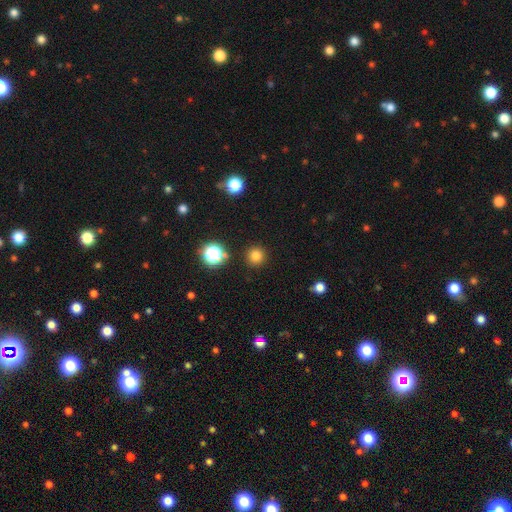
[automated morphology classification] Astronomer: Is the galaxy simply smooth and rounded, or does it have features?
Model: smooth — 79%.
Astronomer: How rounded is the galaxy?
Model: round — 95%.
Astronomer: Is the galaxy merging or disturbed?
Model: none — 91%.